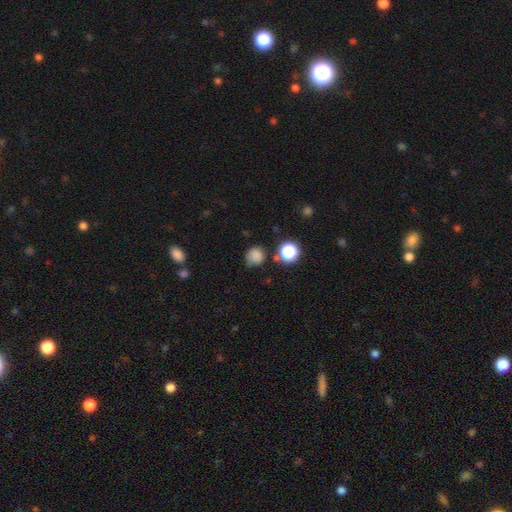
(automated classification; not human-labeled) A smooth galaxy with no disk features (79%) that is round (85%).

Vote fractions:
- Smooth or featured? smooth: 79% / star or artifact: 15% / featured or disk: 6%
- How rounded? round: 85% / in between: 15% / cigar-shaped: 1%
- Merging? none: 68% / minor disturbance: 19% / merger: 6% / major disturbance: 6%